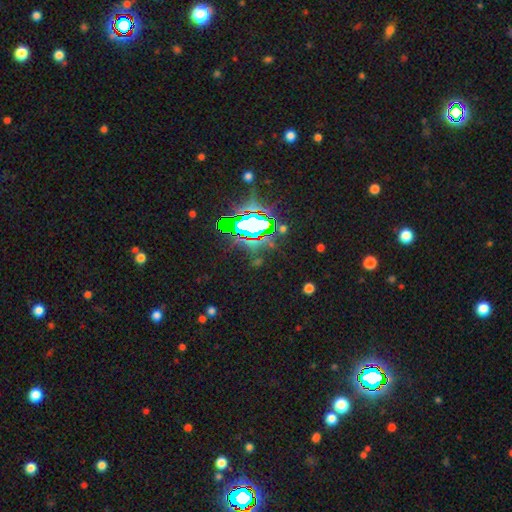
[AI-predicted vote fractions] smooth_or_featured: star or artifact (p=0.75) [alt: smooth p=0.14]